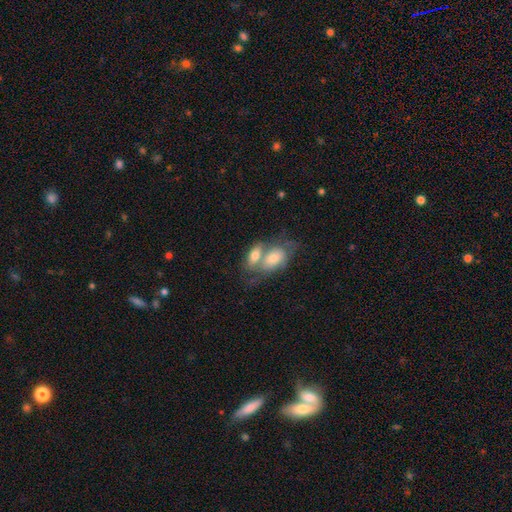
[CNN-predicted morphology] This is likely a smooth galaxy (71%). How rounded: clearly in between (87%). Merging: likely merger (65%).